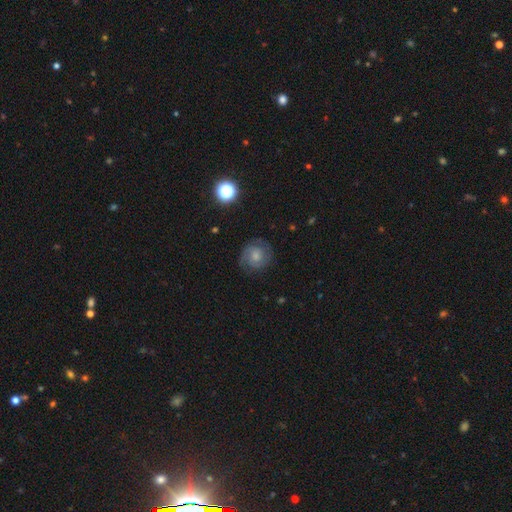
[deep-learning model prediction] featured or disk 64%, smooth 27%, star or artifact 9%. Down the decision tree: edge-on disk — no (98%); bar — no (69%); spiral arms — yes (92%); spiral arm count — 2 (75%); spiral winding — tight (53%); bulge size — small (41%); merging — none (80%).